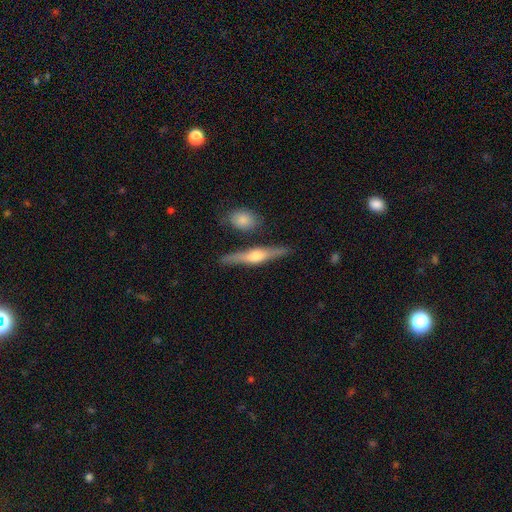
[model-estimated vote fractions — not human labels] Overall: featured or disk (66%; smooth 28%). Edge-on disk: yes (96%). Edge-on bulge: rounded (91%). Merging: none (83%).